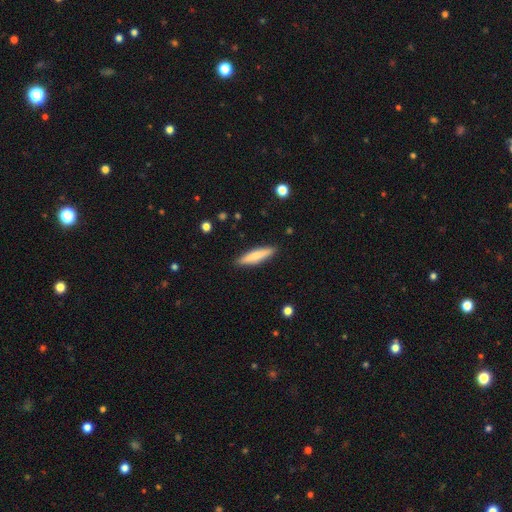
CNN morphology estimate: smooth_or_featured: smooth (p=0.75) [alt: featured or disk p=0.19]
how_rounded: cigar-shaped (p=0.81) [alt: in between p=0.17]
merging: none (p=0.89) [alt: minor disturbance p=0.08]